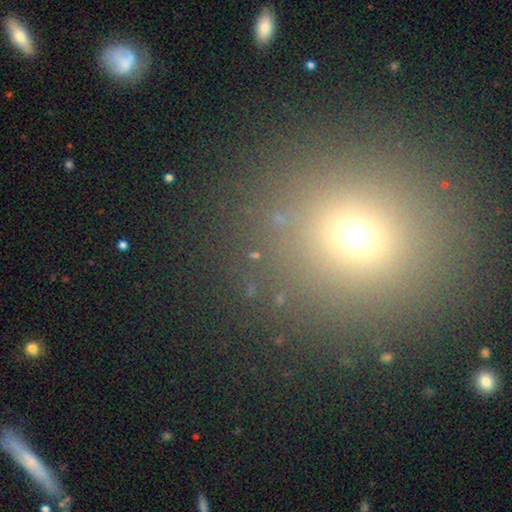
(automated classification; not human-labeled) This appears to be a smooth galaxy with no disk features (58%) that is round (88%). Merging: none (86%).